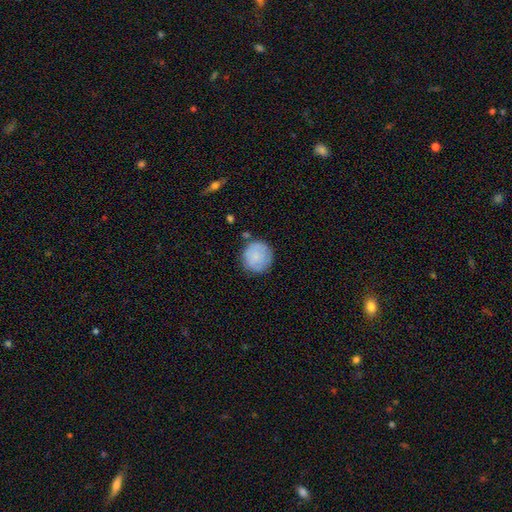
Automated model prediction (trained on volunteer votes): Smooth or featured: smooth — 78% (featured or disk — 15%)
How rounded: round — 92% (in between — 7%)
Merging: none — 77% (minor disturbance — 16%)